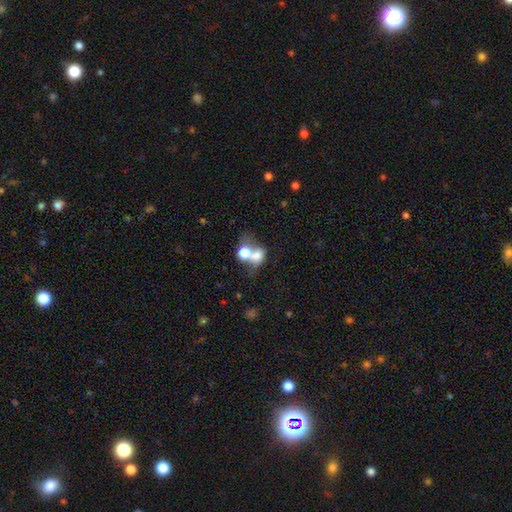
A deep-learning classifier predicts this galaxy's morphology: The model was most divided on "how rounded": round: 51%, in between: 48%, cigar-shaped: 1%. More confident: smooth or featured — smooth (69%); merging — merger (66%).